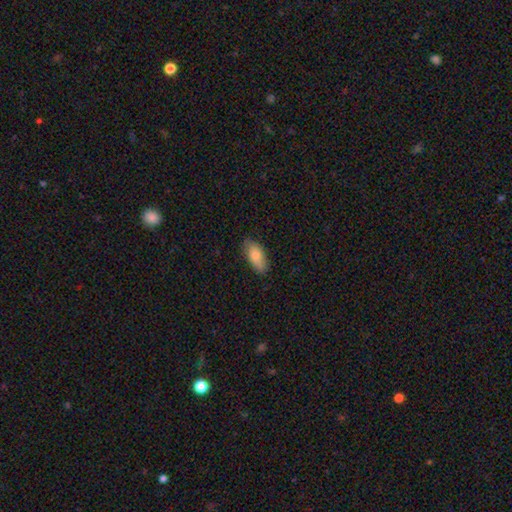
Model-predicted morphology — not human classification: Q: Smooth or featured?
A: smooth (81%); runner-up: featured or disk (13%)
Q: How rounded?
A: in between (88%); runner-up: cigar-shaped (10%)
Q: Merging?
A: none (82%); runner-up: minor disturbance (14%)